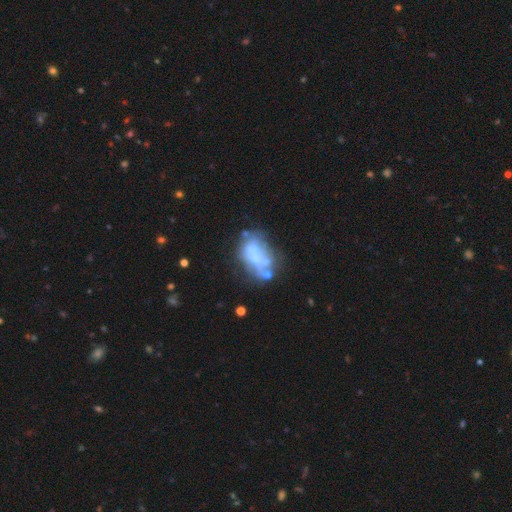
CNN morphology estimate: Smooth or featured?
  - featured or disk: 59% *
  - smooth: 29%
  - star or artifact: 12%
Edge-on disk?
  - no: 97% *
  - yes: 3%
Bar?
  - no: 90% *
  - weak: 7%
  - strong: 3%
Spiral arms?
  - no: 93% *
  - yes: 7%
Bulge size?
  - none: 63% *
  - moderate: 15%
  - small: 15%
  - large: 5%
  - dominant: 2%
Merging?
  - none: 30% *
  - merger: 29%
  - major disturbance: 23%
  - minor disturbance: 18%